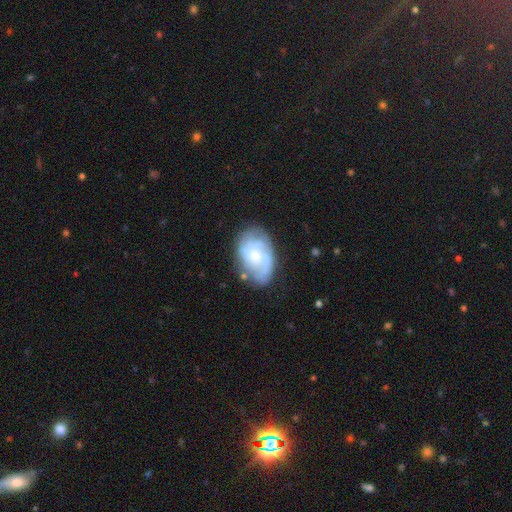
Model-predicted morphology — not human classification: featured or disk 69%, smooth 25%, star or artifact 6%. Down the decision tree: edge-on disk — no (97%); bar — no (71%); spiral arms — yes (85%); spiral arm count — can't tell (38%); spiral winding — tight (46%); bulge size — small (45%); merging — none (66%).